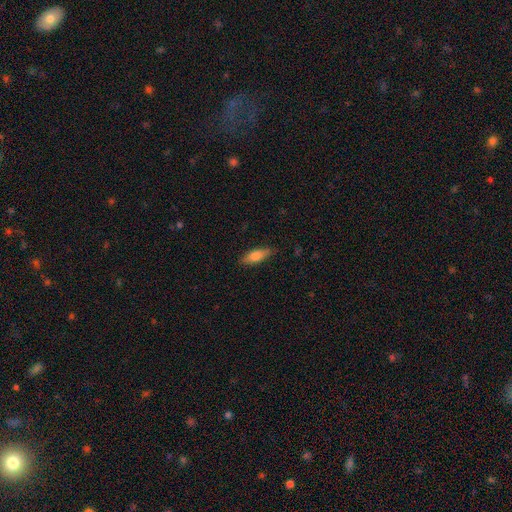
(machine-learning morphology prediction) A smooth galaxy with no disk features (75%) that is in between round and cigar-shaped (61%). Merging: none (83%).